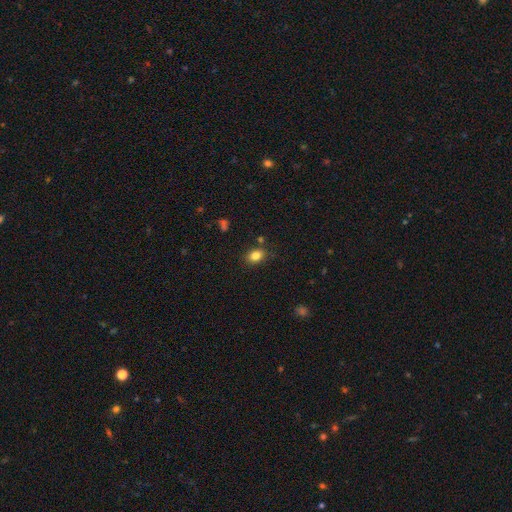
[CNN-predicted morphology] This is clearly a smooth galaxy (84%). How rounded: likely in between (67%). Merging: clearly none (81%).